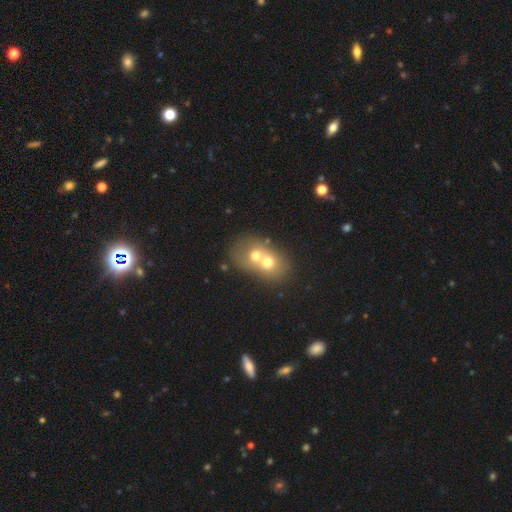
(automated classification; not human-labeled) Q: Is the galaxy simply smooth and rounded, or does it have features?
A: smooth — 58%.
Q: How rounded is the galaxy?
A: round — 54%.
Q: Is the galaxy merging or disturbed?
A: merger — 75%.